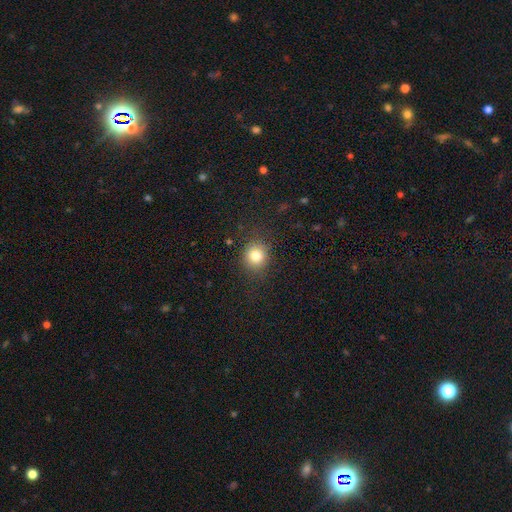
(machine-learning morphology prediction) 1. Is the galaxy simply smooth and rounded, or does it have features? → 82% smooth, 12% star or artifact, 7% featured or disk.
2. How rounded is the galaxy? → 77% round, 22% in between, 1% cigar-shaped.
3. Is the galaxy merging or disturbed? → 84% none, 11% minor disturbance, 4% major disturbance, 1% merger.